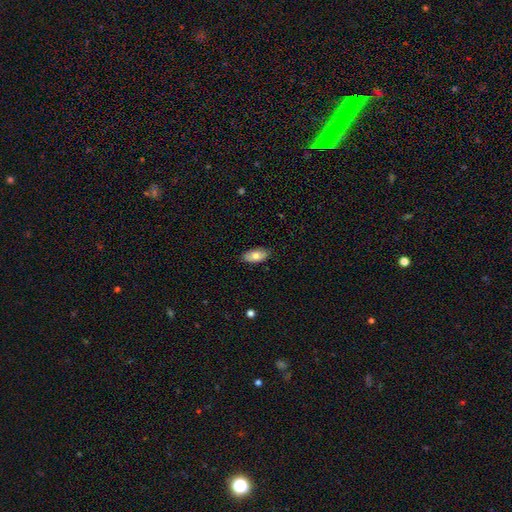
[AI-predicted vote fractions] This is likely a smooth galaxy (75%). How rounded: clearly in between (90%). Merging: clearly none (87%).